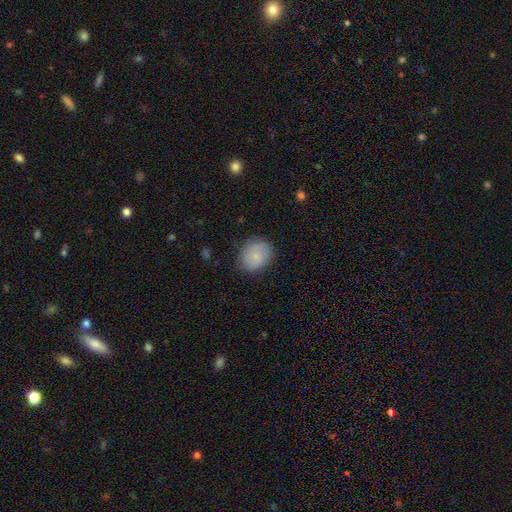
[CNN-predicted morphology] Smooth or featured: smooth — 79% (featured or disk — 14%)
How rounded: round — 68% (in between — 31%)
Merging: none — 82% (minor disturbance — 14%)